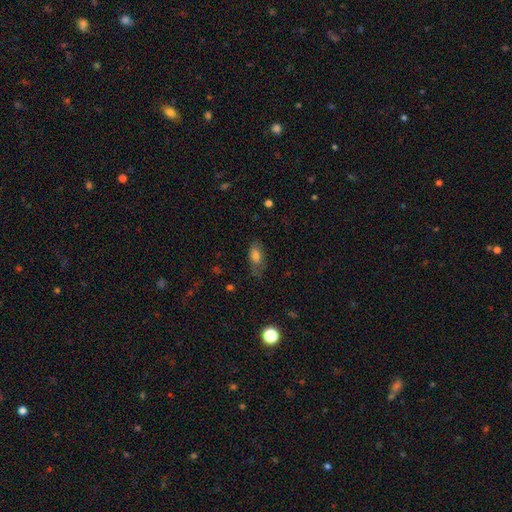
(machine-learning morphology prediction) A smooth galaxy with no disk features (76%) that is in between round and cigar-shaped (86%).

Vote fractions:
- Smooth or featured? smooth: 76% / featured or disk: 15% / star or artifact: 9%
- How rounded? in between: 86% / cigar-shaped: 9% / round: 5%
- Merging? none: 62% / minor disturbance: 27% / major disturbance: 9% / merger: 2%